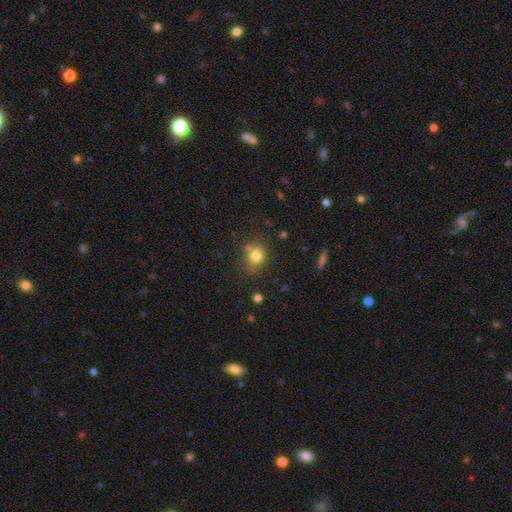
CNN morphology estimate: A smooth galaxy with no disk features (78%) that is round (62%).

Vote fractions:
- Smooth or featured? smooth: 78% / star or artifact: 13% / featured or disk: 10%
- How rounded? round: 62% / in between: 37% / cigar-shaped: 1%
- Merging? none: 66% / minor disturbance: 18% / merger: 10% / major disturbance: 6%